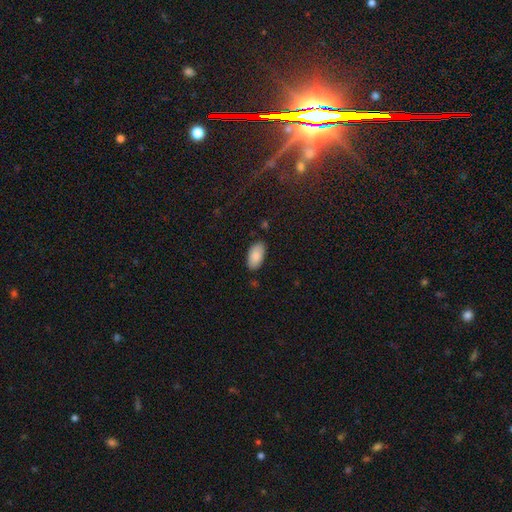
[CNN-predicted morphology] smooth 88%, star or artifact 7%, featured or disk 6%. Down the decision tree: how rounded — in between (95%); merging — none (85%).